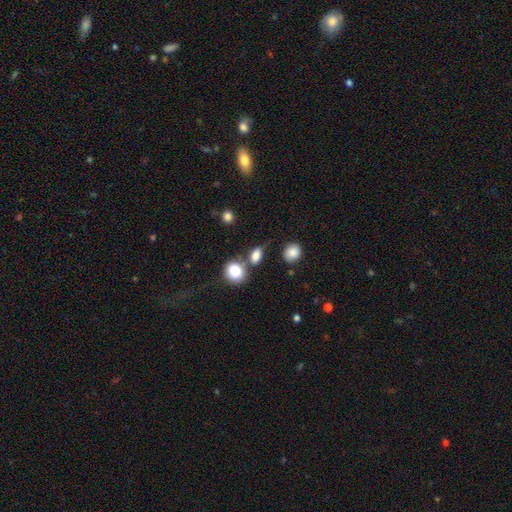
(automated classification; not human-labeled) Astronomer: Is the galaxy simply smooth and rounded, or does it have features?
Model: smooth — 82%.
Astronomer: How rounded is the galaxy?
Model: in between — 63%.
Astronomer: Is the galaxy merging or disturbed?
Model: none — 56%.